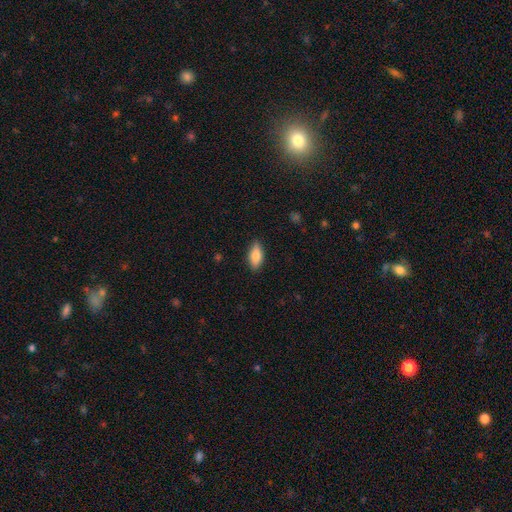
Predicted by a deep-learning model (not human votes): smooth 79%, featured or disk 15%, star or artifact 6%. Down the decision tree: how rounded — in between (83%); merging — none (86%).